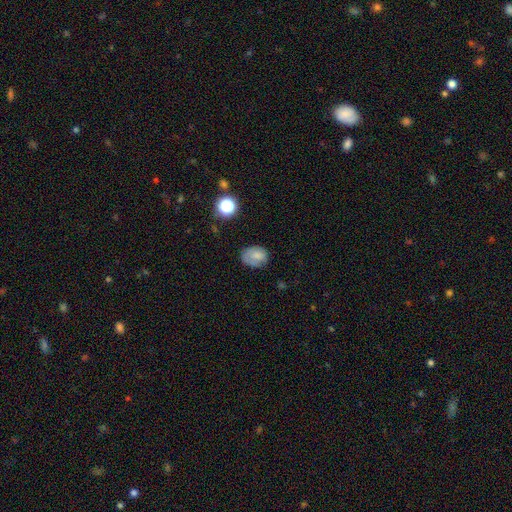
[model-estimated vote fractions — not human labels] smooth_or_featured: smooth (p=0.70) [alt: featured or disk p=0.19]
how_rounded: in between (p=0.61) [alt: round p=0.38]
merging: none (p=0.57) [alt: minor disturbance p=0.28]